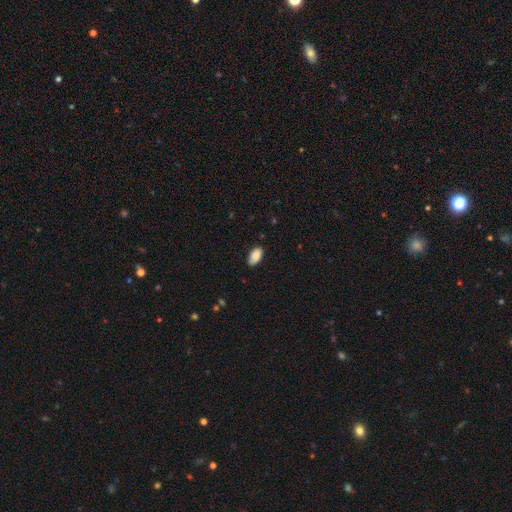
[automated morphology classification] Smooth or featured?
  - smooth: 86% *
  - featured or disk: 7%
  - star or artifact: 7%
How rounded?
  - in between: 94% *
  - cigar-shaped: 3%
  - round: 3%
Merging?
  - none: 83% *
  - minor disturbance: 14%
  - major disturbance: 2%
  - merger: 1%